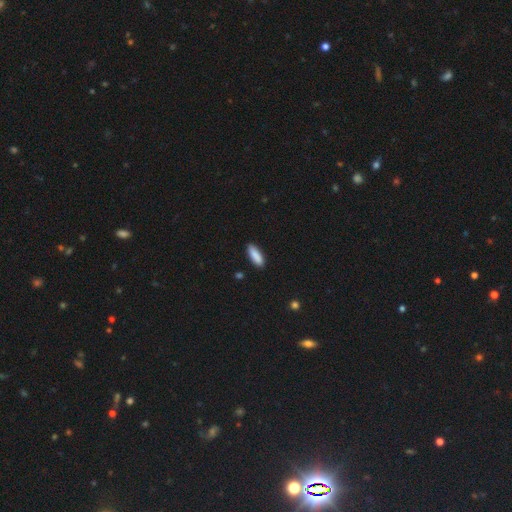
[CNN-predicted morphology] smooth-or-featured: smooth: 89% | star or artifact: 6% | featured or disk: 5%
  how-rounded: in between: 58% | cigar-shaped: 41% | round: 2%
  merging: none: 87% | minor disturbance: 10% | major disturbance: 2% | merger: 1%